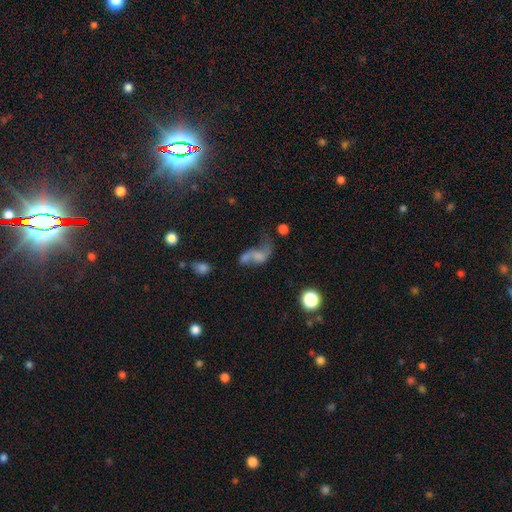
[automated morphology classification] featured or disk 49%, smooth 34%, star or artifact 17%. Down the decision tree: merging — major disturbance (31%).